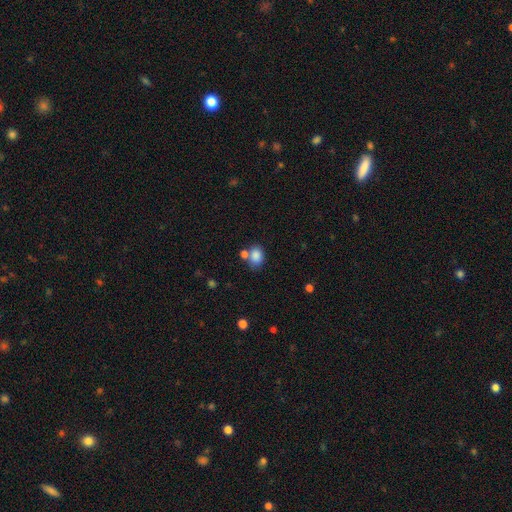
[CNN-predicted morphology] This appears to be a smooth galaxy with no disk features (84%) that is in between round and cigar-shaped (66%). Merging: none (56%).